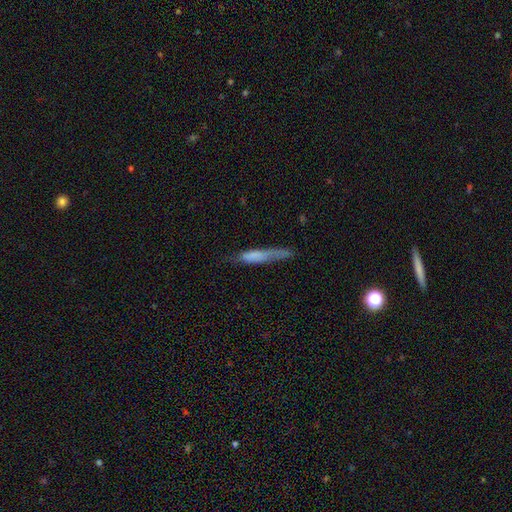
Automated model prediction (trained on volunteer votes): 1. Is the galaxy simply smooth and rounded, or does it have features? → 65% smooth, 28% featured or disk, 8% star or artifact.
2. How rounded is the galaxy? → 88% cigar-shaped, 11% in between, 2% round.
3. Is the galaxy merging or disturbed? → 50% none, 30% minor disturbance, 16% major disturbance, 4% merger.